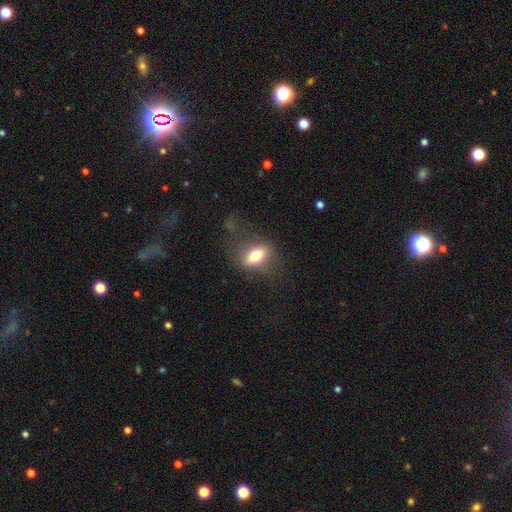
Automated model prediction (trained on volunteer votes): smooth 65%, featured or disk 26%, star or artifact 9%. Down the decision tree: how rounded — in between (75%); merging — none (69%).